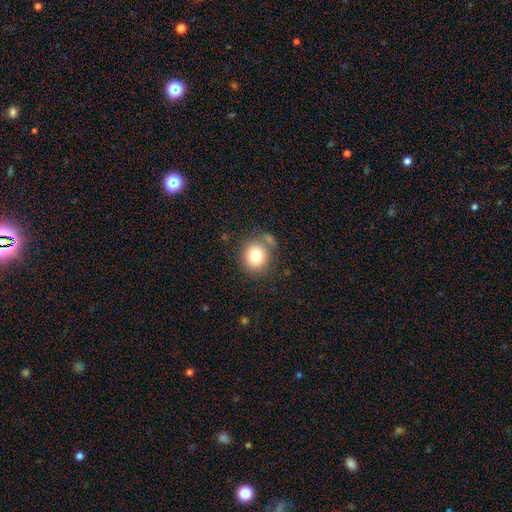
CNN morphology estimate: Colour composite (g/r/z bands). It shows a smooth galaxy with no disk features (79%) that is round (81%). Merging: none (71%).